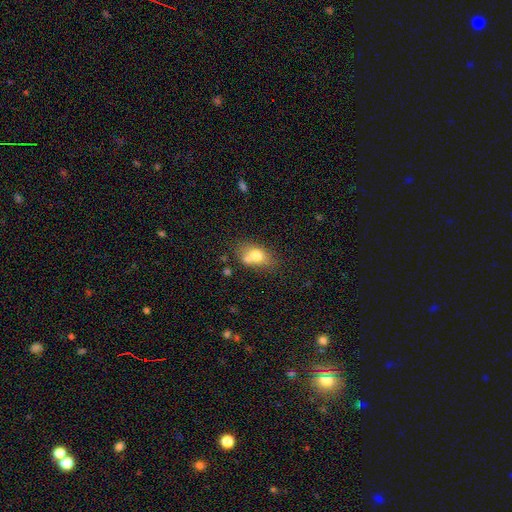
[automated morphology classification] The model was most divided on "merging": none: 43%, merger: 30%, minor disturbance: 20%, major disturbance: 7%. More confident: how rounded — in between (73%); smooth or featured — smooth (72%).